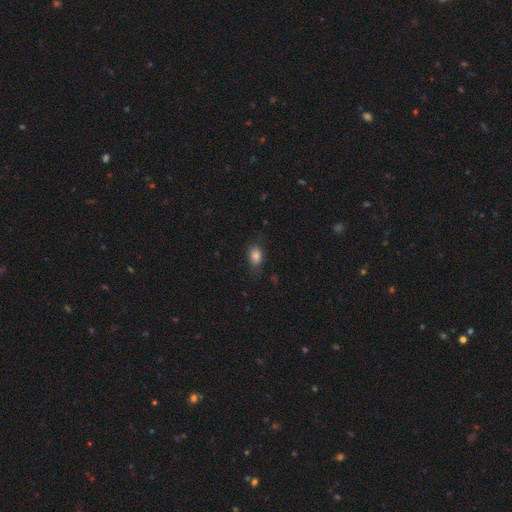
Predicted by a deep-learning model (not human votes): This is clearly a smooth galaxy (83%). How rounded: likely in between (79%). Merging: likely none (73%).